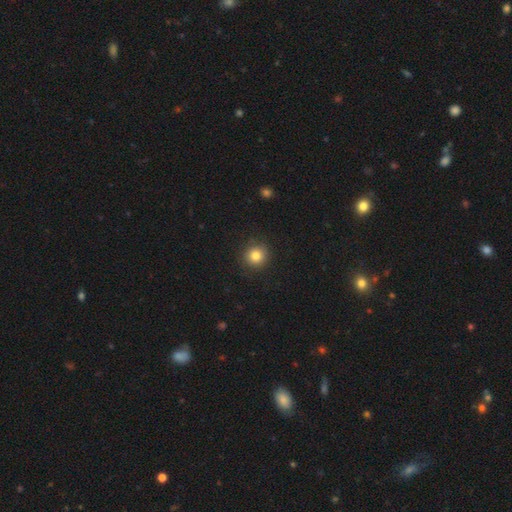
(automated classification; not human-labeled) The model was most divided on "smooth or featured": smooth: 81%, star or artifact: 11%, featured or disk: 7%. More confident: how rounded — round (93%); merging — none (90%).